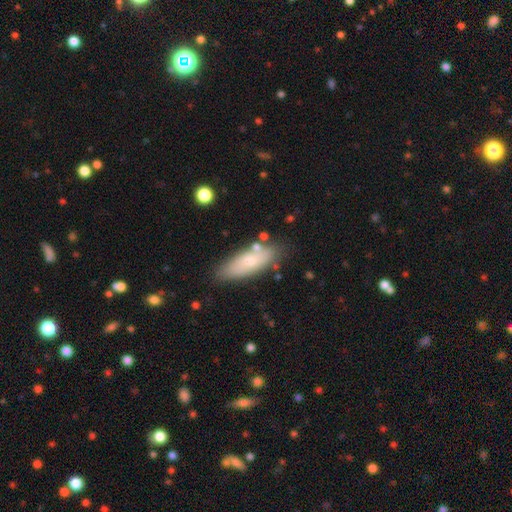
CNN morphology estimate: A smooth galaxy with no disk features (69%) that is in between round and cigar-shaped (68%). Merging: none (74%).